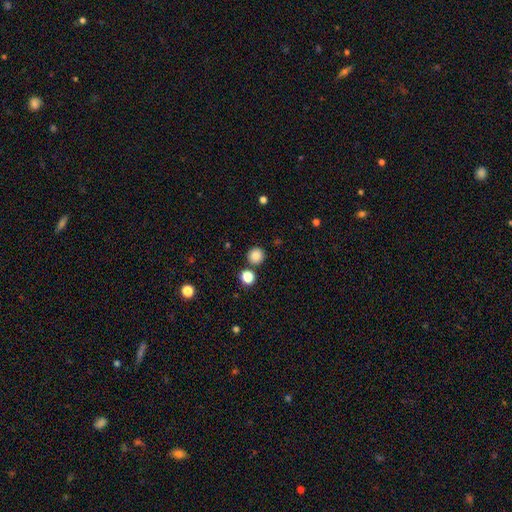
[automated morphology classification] Q: Smooth or featured?
A: smooth (85%); runner-up: star or artifact (11%)
Q: How rounded?
A: round (94%); runner-up: in between (5%)
Q: Merging?
A: none (86%); runner-up: minor disturbance (6%)